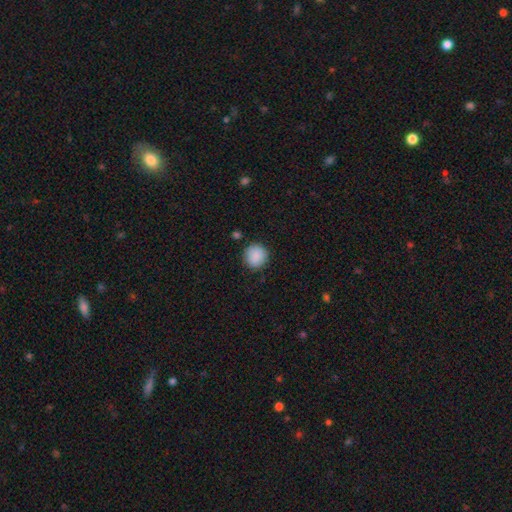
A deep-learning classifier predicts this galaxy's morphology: Smooth or featured? Predicted: smooth (p=0.88). How rounded? Predicted: round (p=0.92). Merging? Predicted: none (p=0.88).